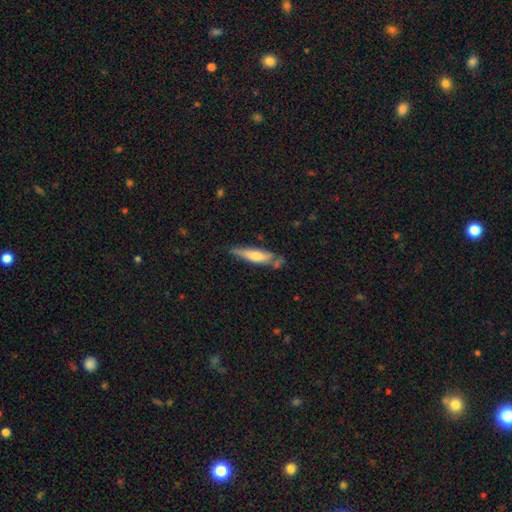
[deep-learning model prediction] The model was most divided on "smooth or featured": smooth: 57%, featured or disk: 37%, star or artifact: 6%. More confident: how rounded — cigar-shaped (79%); merging — none (62%).